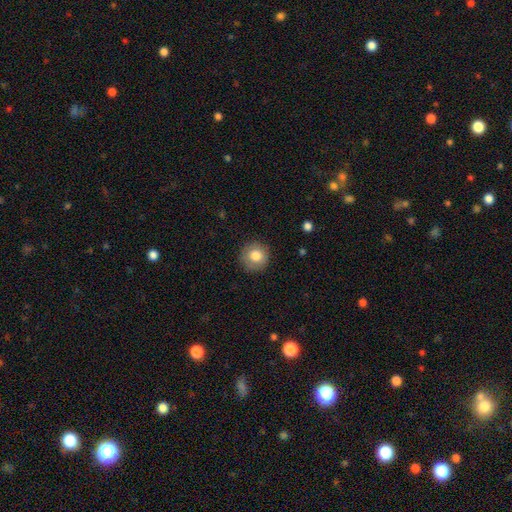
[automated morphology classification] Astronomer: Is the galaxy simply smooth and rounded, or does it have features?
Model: smooth — 81%.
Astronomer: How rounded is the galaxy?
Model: round — 94%.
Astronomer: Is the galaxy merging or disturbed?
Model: none — 88%.